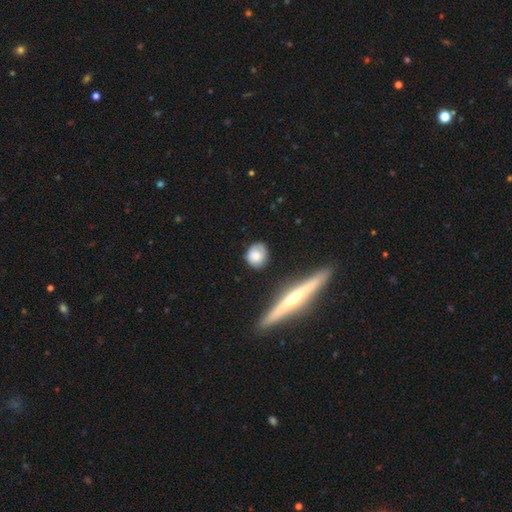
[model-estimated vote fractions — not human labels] Overall: smooth (75%). How rounded: round (69%). Merging: none (73%).